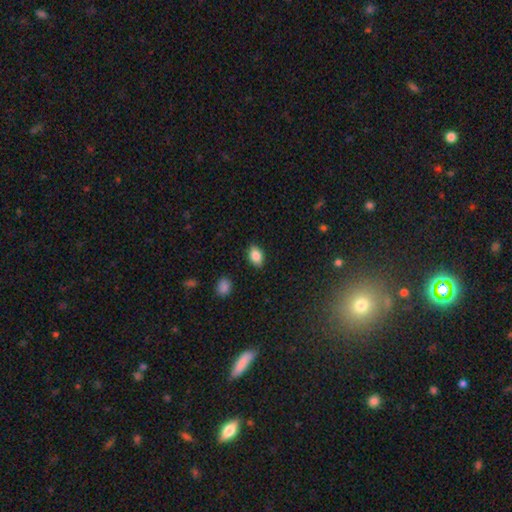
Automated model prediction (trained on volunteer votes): Q: Smooth or featured?
A: smooth (85%); runner-up: star or artifact (8%)
Q: How rounded?
A: in between (86%); runner-up: round (12%)
Q: Merging?
A: none (88%); runner-up: minor disturbance (9%)